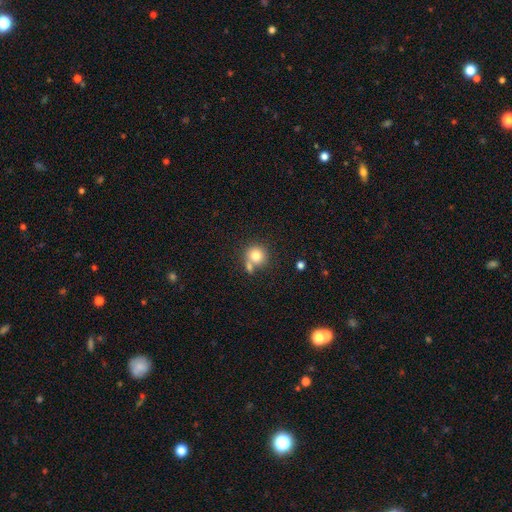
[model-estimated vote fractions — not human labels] This appears to be a smooth galaxy with no disk features (78%) that is round (88%). Merging: none (55%).